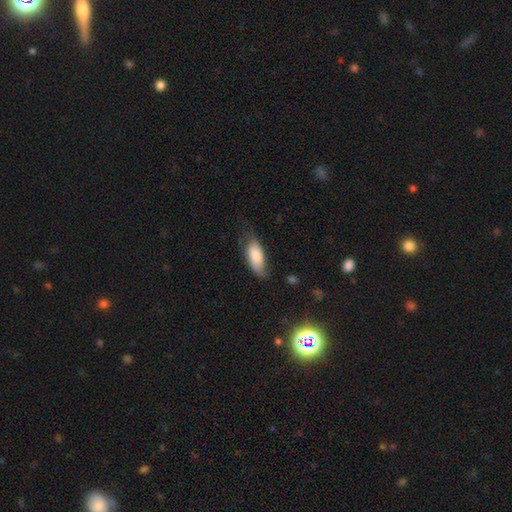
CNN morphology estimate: smooth_or_featured: smooth (p=0.78) [alt: featured or disk p=0.15]
how_rounded: in between (p=0.83) [alt: cigar-shaped p=0.15]
merging: none (p=0.52) [alt: minor disturbance p=0.35]